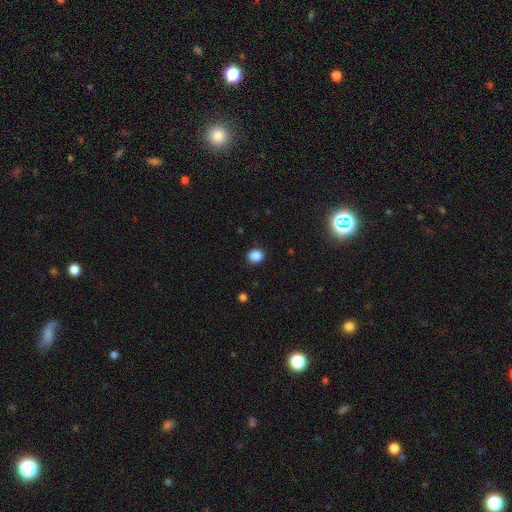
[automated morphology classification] The model was most divided on "how rounded": round: 70%, in between: 29%, cigar-shaped: 1%. More confident: merging — none (88%); smooth or featured — smooth (87%).